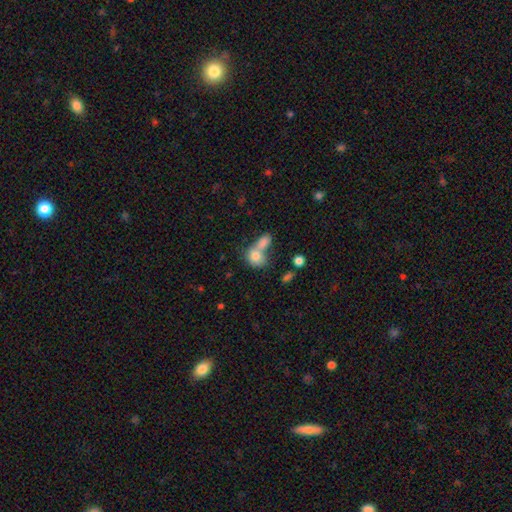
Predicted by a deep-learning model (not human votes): A smooth galaxy with no disk features (79%) that is in between round and cigar-shaped (53%).

Vote fractions:
- Smooth or featured? smooth: 79% / featured or disk: 12% / star or artifact: 9%
- How rounded? in between: 53% / round: 45% / cigar-shaped: 2%
- Merging? merger: 56% / none: 30% / minor disturbance: 9% / major disturbance: 5%